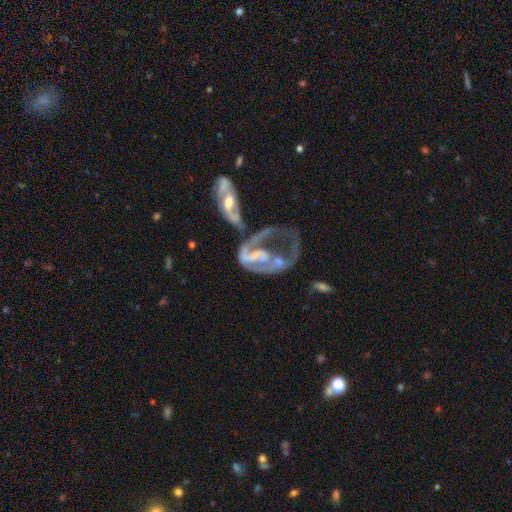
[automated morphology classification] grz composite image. It shows a featured or disk galaxy (73%) with no bar (67%), no spiral arms (52%) and no central bulge (56%). Merging: merger (43%).